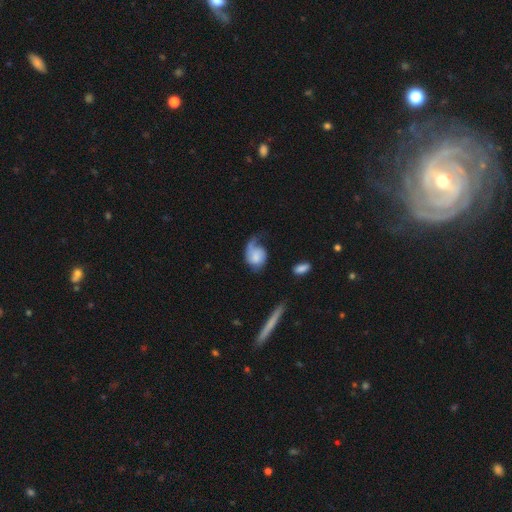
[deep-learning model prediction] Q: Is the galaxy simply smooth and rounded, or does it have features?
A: featured or disk — 49%.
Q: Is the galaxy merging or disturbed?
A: major disturbance — 42%.